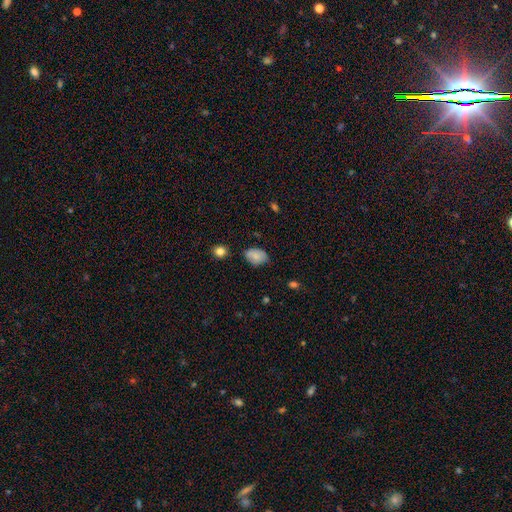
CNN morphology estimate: A smooth galaxy with no disk features (83%) that is in between round and cigar-shaped (82%).

Vote fractions:
- Smooth or featured? smooth: 83% / featured or disk: 9% / star or artifact: 8%
- How rounded? in between: 82% / round: 16% / cigar-shaped: 1%
- Merging? none: 70% / minor disturbance: 24% / major disturbance: 4% / merger: 2%